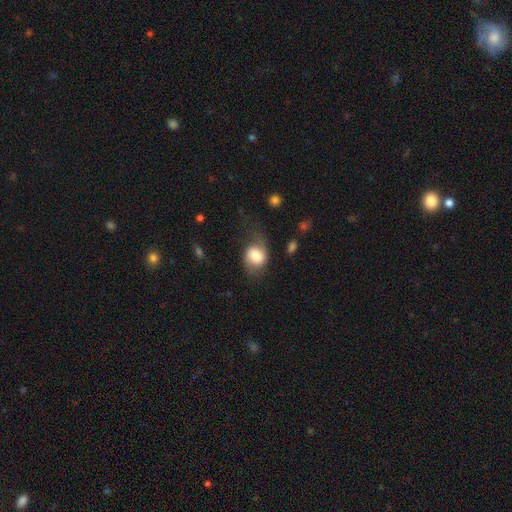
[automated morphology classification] type=smooth (63%); roundness=round (50%); merging=none (45%).